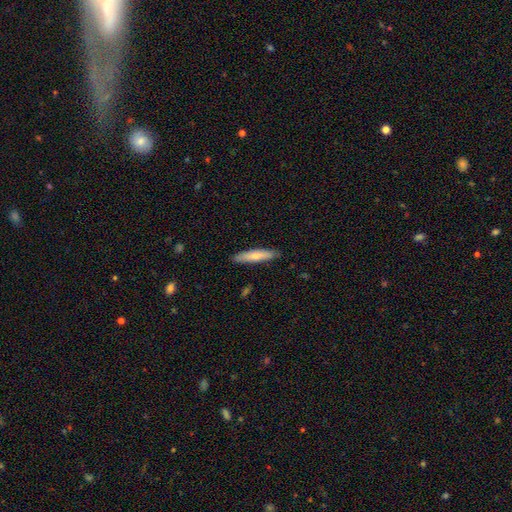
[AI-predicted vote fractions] This is likely a smooth galaxy (69%). How rounded: clearly cigar-shaped (82%). Merging: clearly none (88%).